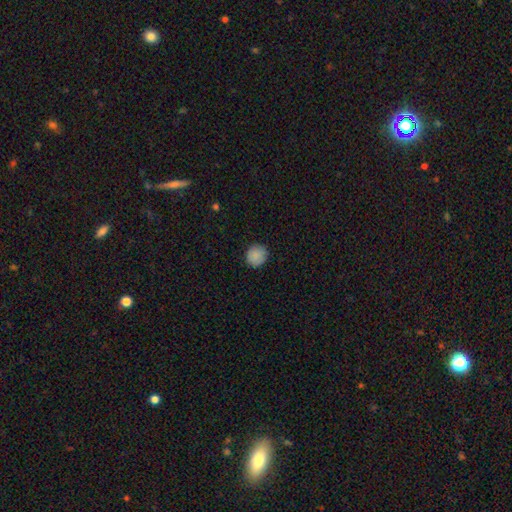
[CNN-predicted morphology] Smooth or featured: smooth — 88% (star or artifact — 8%)
How rounded: round — 91% (in between — 8%)
Merging: none — 88% (minor disturbance — 9%)